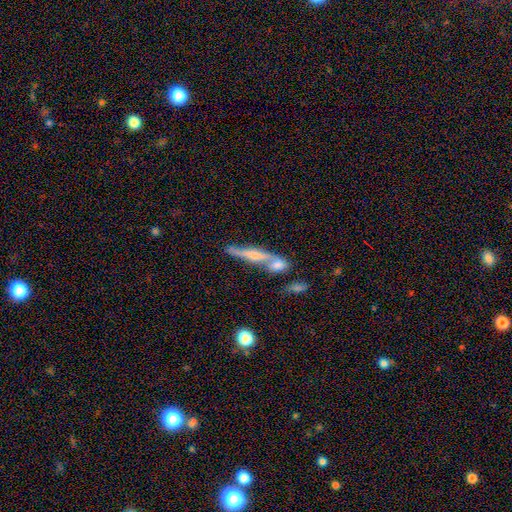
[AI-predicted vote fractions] This is likely a featured or disk galaxy (63%). It is clearly viewed edge-on (85%). Edge-on bulge: likely rounded (69%). Merging: possibly none (52%).